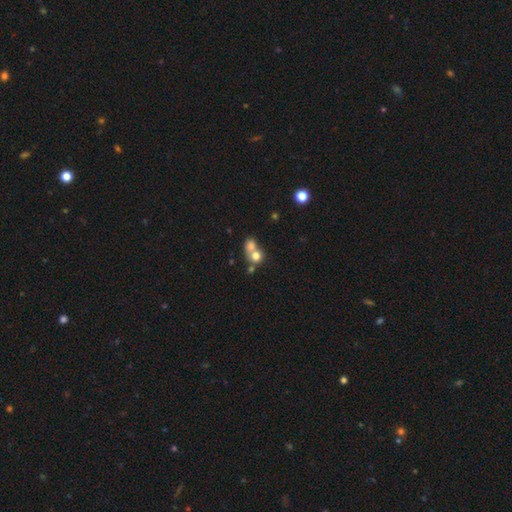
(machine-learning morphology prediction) smooth_or_featured: smooth (p=0.72) [alt: featured or disk p=0.16]
how_rounded: round (p=0.77) [alt: in between p=0.22]
merging: merger (p=0.62) [alt: none p=0.28]